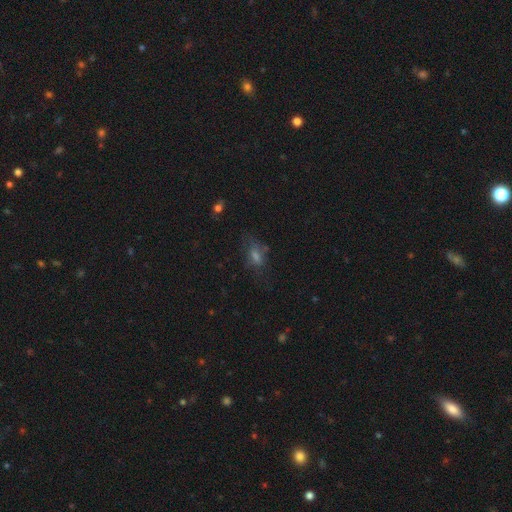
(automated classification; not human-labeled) smooth_or_featured: smooth (p=0.49) [alt: star or artifact p=0.27]
merging: none (p=0.55) [alt: minor disturbance p=0.23]